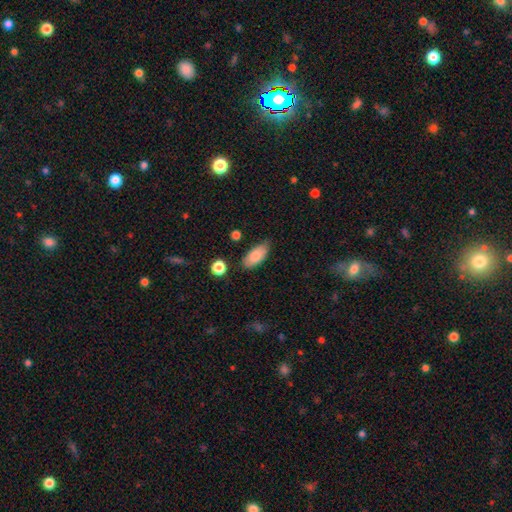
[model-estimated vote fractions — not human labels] Smooth or featured: smooth — 83% (featured or disk — 10%)
How rounded: in between — 89% (cigar-shaped — 9%)
Merging: none — 77% (minor disturbance — 17%)